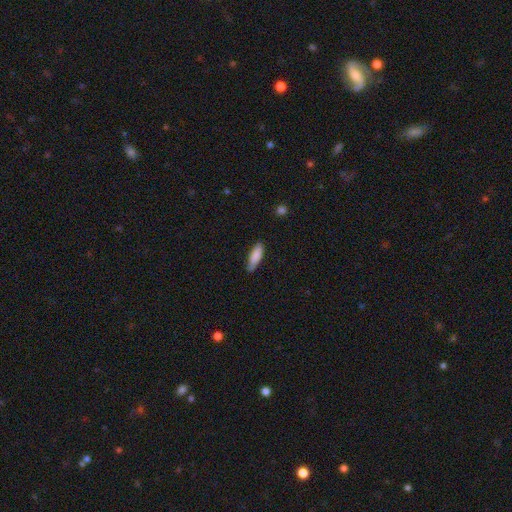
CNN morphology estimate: A smooth galaxy with no disk features (85%) that is in between round and cigar-shaped (50%). Merging: none (76%).